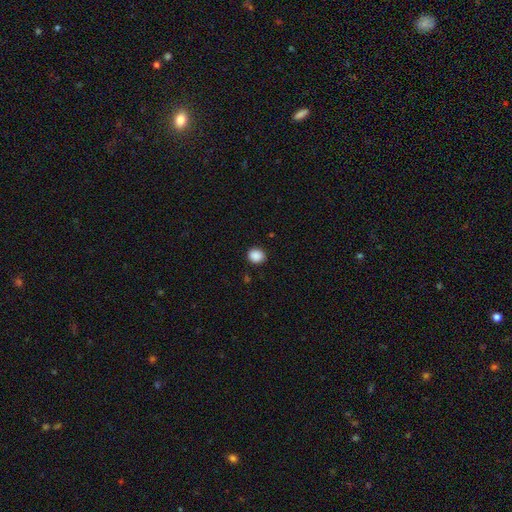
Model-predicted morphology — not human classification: smooth-or-featured: smooth: 89% | star or artifact: 9% | featured or disk: 2%
  how-rounded: round: 77% | in between: 22% | cigar-shaped: 1%
  merging: none: 90% | minor disturbance: 7% | major disturbance: 2% | merger: 1%